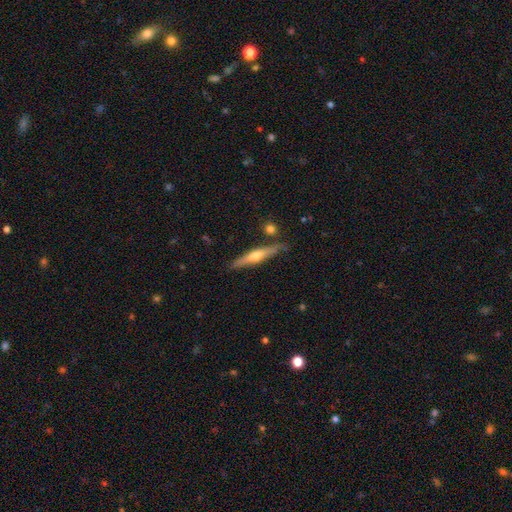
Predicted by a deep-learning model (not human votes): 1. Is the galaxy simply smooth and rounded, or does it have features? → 64% featured or disk, 30% smooth, 6% star or artifact.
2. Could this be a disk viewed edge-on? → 96% yes, 4% no.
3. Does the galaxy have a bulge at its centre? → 87% rounded, 7% none, 6% boxy.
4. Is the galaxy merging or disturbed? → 82% none, 11% minor disturbance, 4% merger, 2% major disturbance.